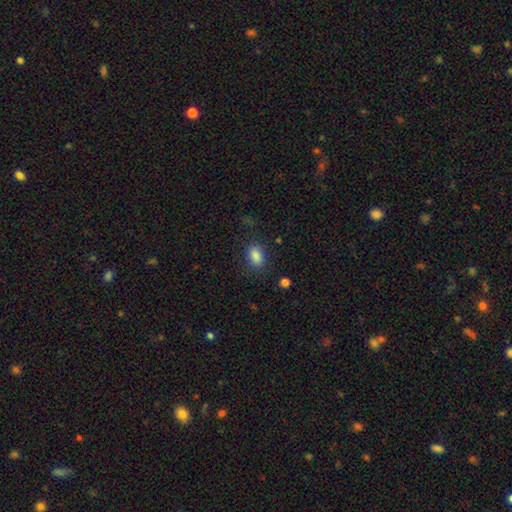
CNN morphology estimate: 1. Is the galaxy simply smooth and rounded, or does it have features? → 86% smooth, 9% star or artifact, 4% featured or disk.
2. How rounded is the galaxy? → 86% in between, 11% round, 2% cigar-shaped.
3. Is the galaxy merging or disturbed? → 82% none, 12% minor disturbance, 4% major disturbance, 2% merger.